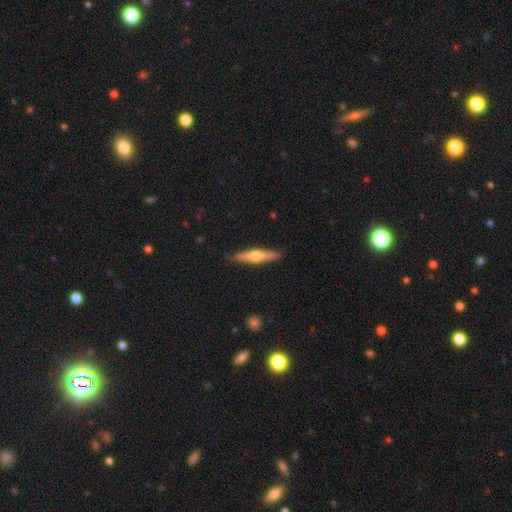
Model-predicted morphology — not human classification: This is possibly a featured or disk galaxy (59%). It is clearly viewed edge-on (96%). Edge-on bulge: clearly rounded (93%). Merging: clearly none (89%).